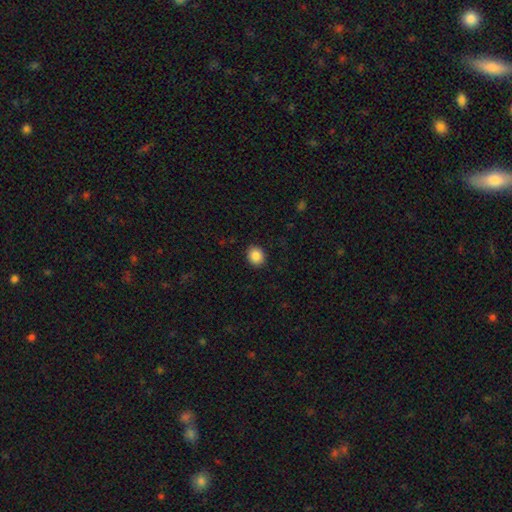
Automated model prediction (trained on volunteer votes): smooth-or-featured: smooth: 87% | star or artifact: 9% | featured or disk: 4%
  how-rounded: round: 71% | in between: 28% | cigar-shaped: 1%
  merging: none: 91% | minor disturbance: 6% | major disturbance: 2% | merger: 1%